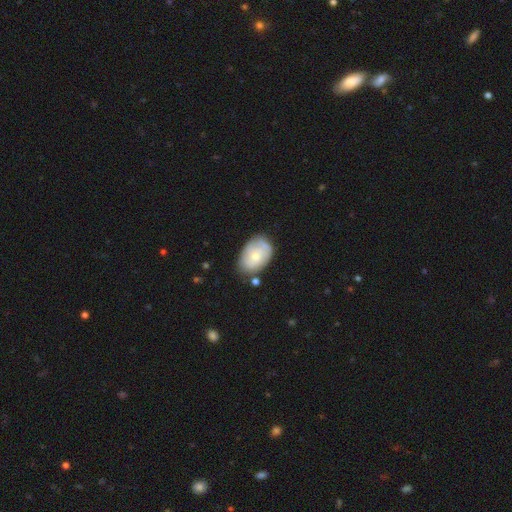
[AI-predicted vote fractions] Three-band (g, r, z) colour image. It shows a smooth galaxy with no disk features (55%) that is in between round and cigar-shaped (85%). Merging: none (63%).